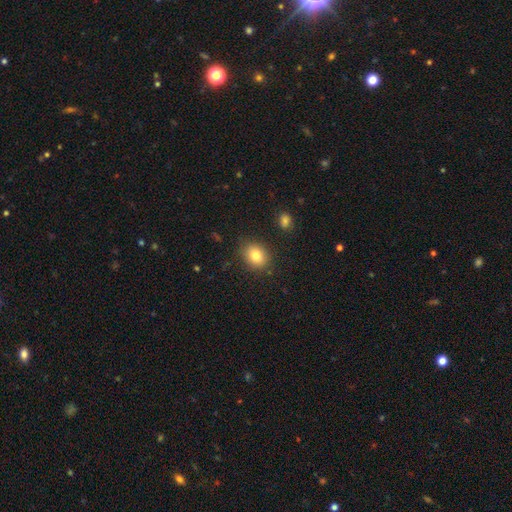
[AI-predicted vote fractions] smooth_or_featured: smooth (p=0.80) [alt: star or artifact p=0.11]
how_rounded: round (p=0.58) [alt: in between p=0.41]
merging: none (p=0.86) [alt: minor disturbance p=0.09]